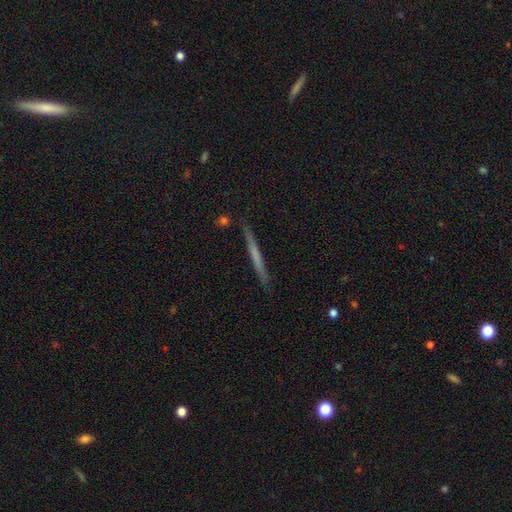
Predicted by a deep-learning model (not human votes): smooth-or-featured: smooth: 48% | featured or disk: 46% | star or artifact: 6%
  merging: none: 89% | minor disturbance: 8% | major disturbance: 2% | merger: 2%